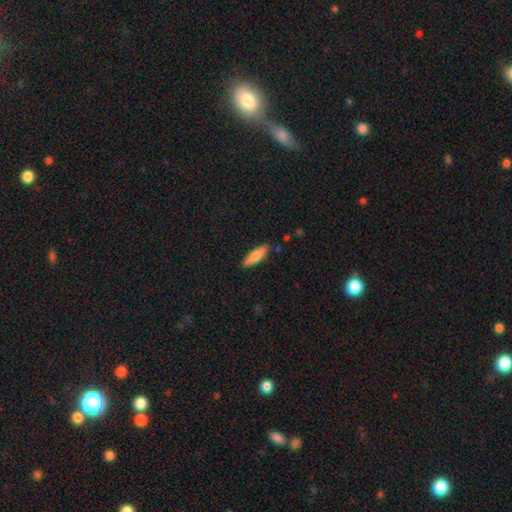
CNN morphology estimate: Smooth or featured? Predicted: smooth (p=0.74). How rounded? Predicted: cigar-shaped (p=0.67). Merging? Predicted: none (p=0.87).